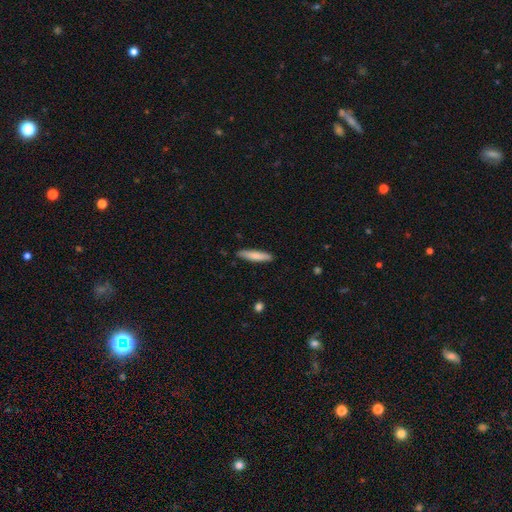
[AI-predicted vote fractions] Smooth or featured? smooth (79%)
How rounded? cigar-shaped (85%)
Merging? none (88%)